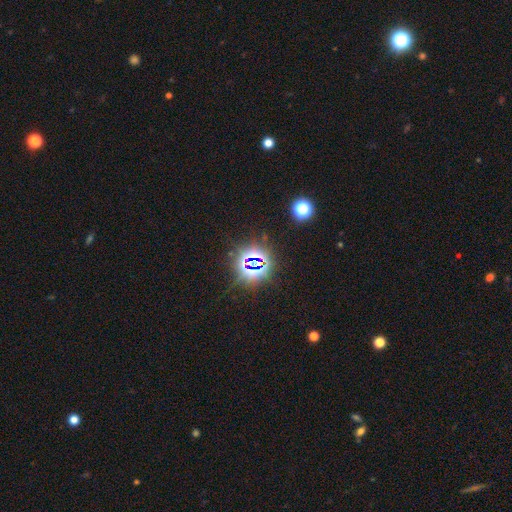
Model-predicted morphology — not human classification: A star or artifact, not a galaxy (82%).